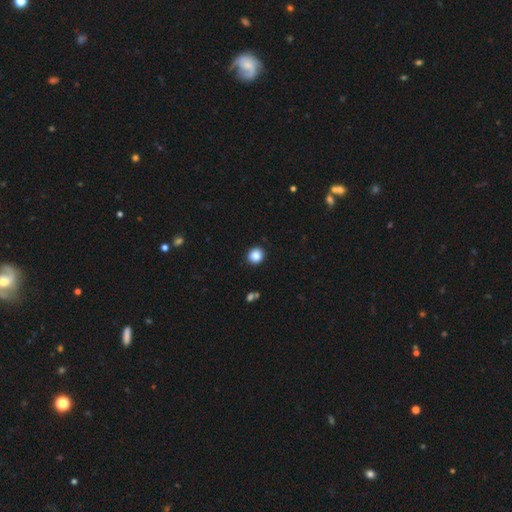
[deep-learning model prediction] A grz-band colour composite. It shows a smooth galaxy with no disk features (86%) that is round (82%). Merging: none (91%).